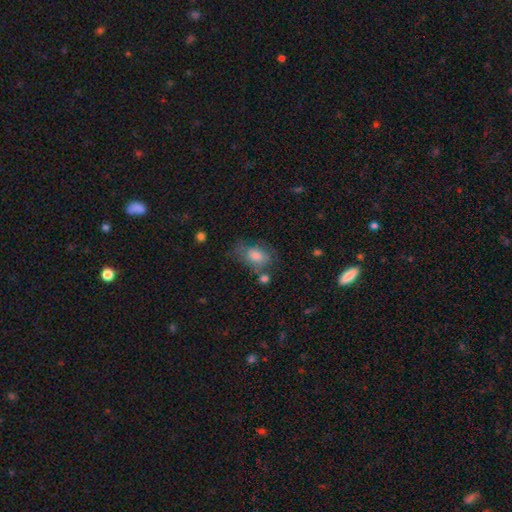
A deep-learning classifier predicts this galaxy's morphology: Smooth or featured? Predicted: smooth (p=0.69). How rounded? Predicted: in between (p=0.81). Merging? Predicted: none (p=0.49).